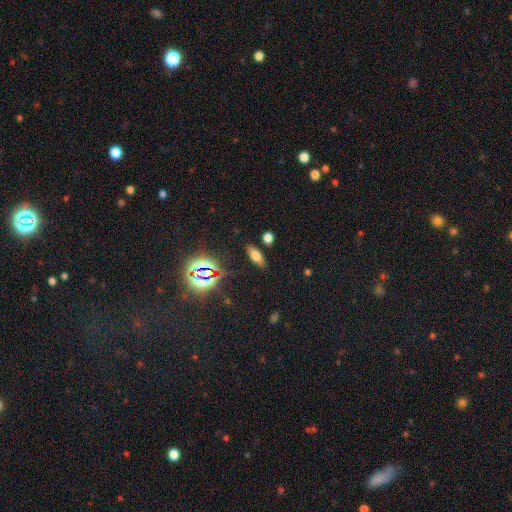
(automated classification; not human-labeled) Overall: smooth (62%). How rounded: in between (73%). Merging: none (84%).